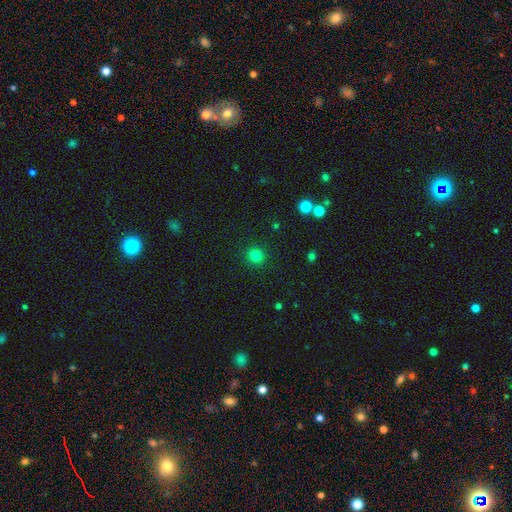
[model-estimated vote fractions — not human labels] Smooth or featured: smooth — 81% (star or artifact — 14%)
How rounded: round — 90% (in between — 9%)
Merging: none — 91% (minor disturbance — 6%)